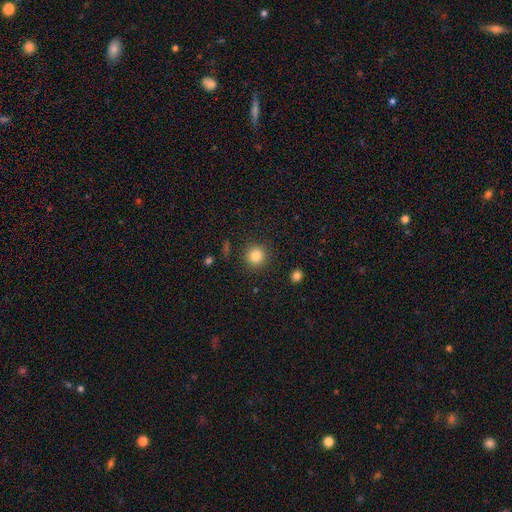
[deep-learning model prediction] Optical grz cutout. It shows a smooth galaxy with no disk features (83%) that is round (93%). Merging: none (91%).